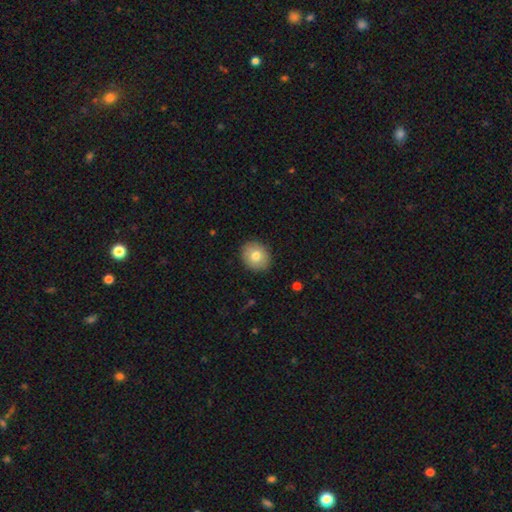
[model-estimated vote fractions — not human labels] Smooth or featured?
  - smooth: 77% *
  - featured or disk: 14%
  - star or artifact: 8%
How rounded?
  - round: 67% *
  - in between: 32%
  - cigar-shaped: 1%
Merging?
  - none: 90% *
  - minor disturbance: 7%
  - major disturbance: 2%
  - merger: 1%